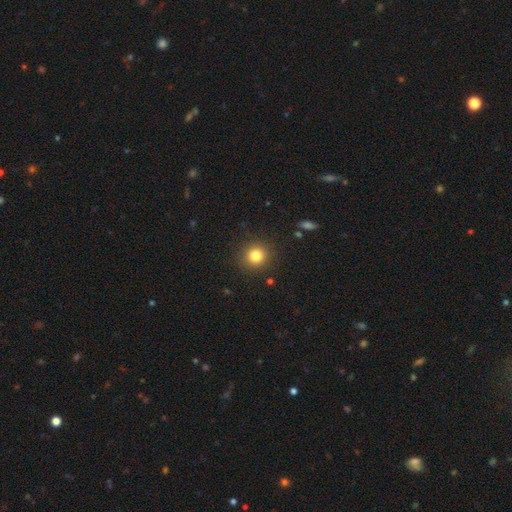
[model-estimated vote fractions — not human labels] The model was most divided on "smooth or featured": smooth: 81%, star or artifact: 12%, featured or disk: 6%. More confident: how rounded — round (92%); merging — none (90%).